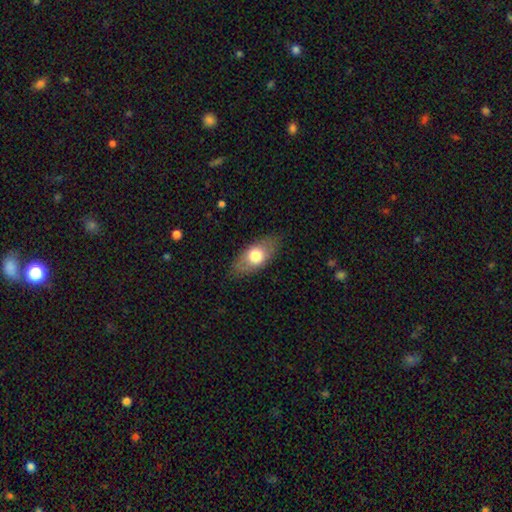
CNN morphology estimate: smooth_or_featured: smooth (p=0.67) [alt: featured or disk p=0.26]
how_rounded: in between (p=0.84) [alt: cigar-shaped p=0.09]
merging: none (p=0.82) [alt: minor disturbance p=0.14]